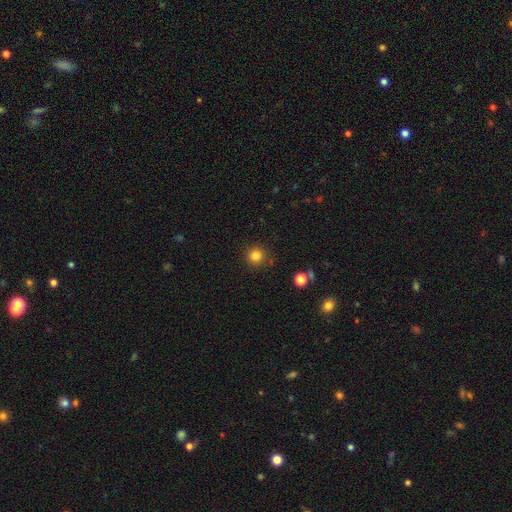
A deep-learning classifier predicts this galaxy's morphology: Smooth or featured: smooth — 82% (star or artifact — 13%)
How rounded: round — 94% (in between — 5%)
Merging: none — 89% (minor disturbance — 7%)